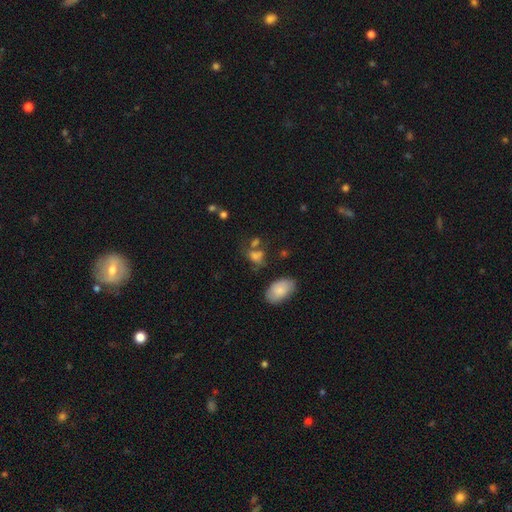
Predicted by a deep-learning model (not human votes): Smooth or featured: smooth — 68% (star or artifact — 18%)
How rounded: in between — 65% (round — 31%)
Merging: none — 44% (merger — 27%)